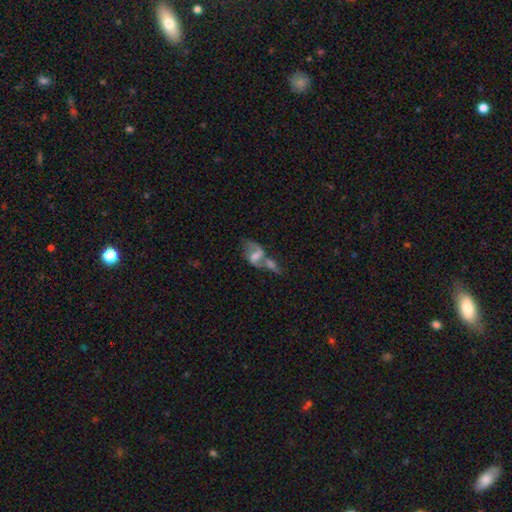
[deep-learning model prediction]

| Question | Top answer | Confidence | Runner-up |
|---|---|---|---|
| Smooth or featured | featured or disk | 55% | smooth (35%) |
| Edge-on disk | no | 94% | yes (6%) |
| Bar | weak | 44% | strong (28%) |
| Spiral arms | yes | 64% | no (36%) |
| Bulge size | moderate | 36% | small (27%) |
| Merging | merger | 59% | none (18%) |